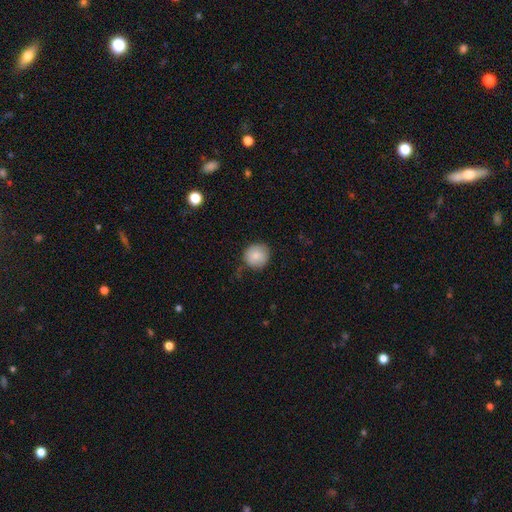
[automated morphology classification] A smooth galaxy with no disk features (84%) that is round (93%). Merging: none (77%).